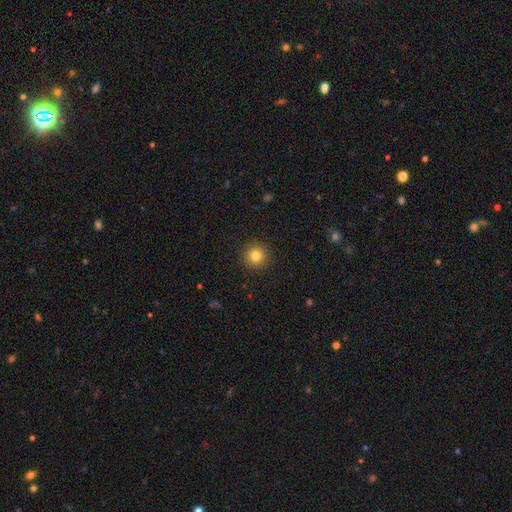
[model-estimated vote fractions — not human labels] Smooth or featured? smooth (82%)
How rounded? round (95%)
Merging? none (92%)